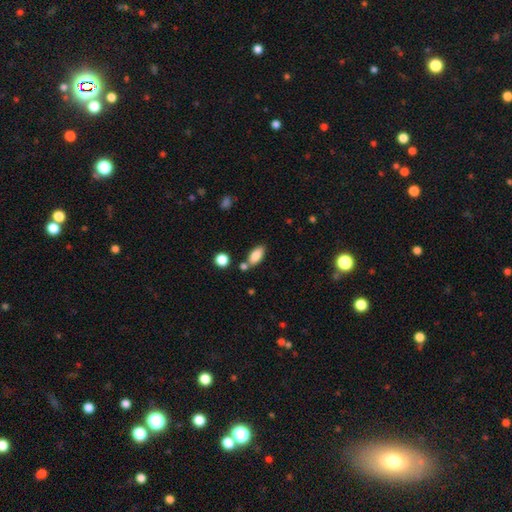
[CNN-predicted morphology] smooth-or-featured: smooth: 83% | featured or disk: 10% | star or artifact: 7%
  how-rounded: in between: 86% | cigar-shaped: 11% | round: 3%
  merging: none: 70% | merger: 13% | minor disturbance: 13% | major disturbance: 3%